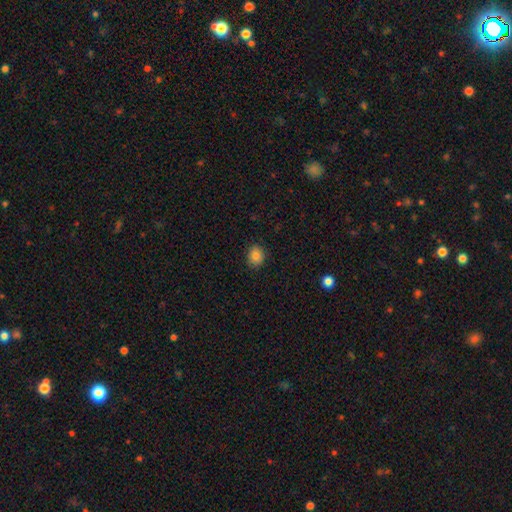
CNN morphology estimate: Smooth or featured? Predicted: smooth (p=0.83). How rounded? Predicted: round (p=0.59). Merging? Predicted: none (p=0.87).